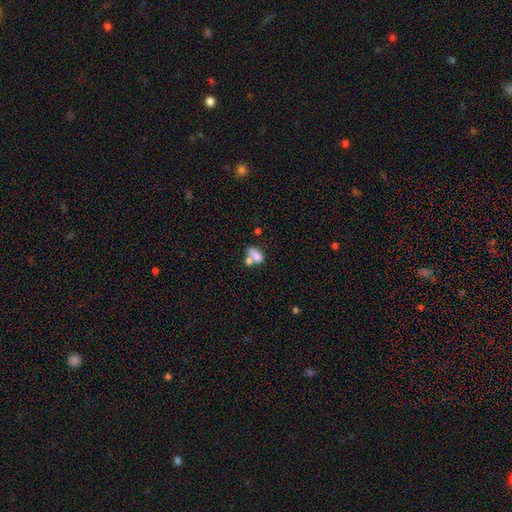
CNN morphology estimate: Smooth or featured?
  - smooth: 73% *
  - featured or disk: 17%
  - star or artifact: 10%
How rounded?
  - in between: 82% *
  - round: 13%
  - cigar-shaped: 5%
Merging?
  - merger: 55% *
  - none: 26%
  - minor disturbance: 11%
  - major disturbance: 8%